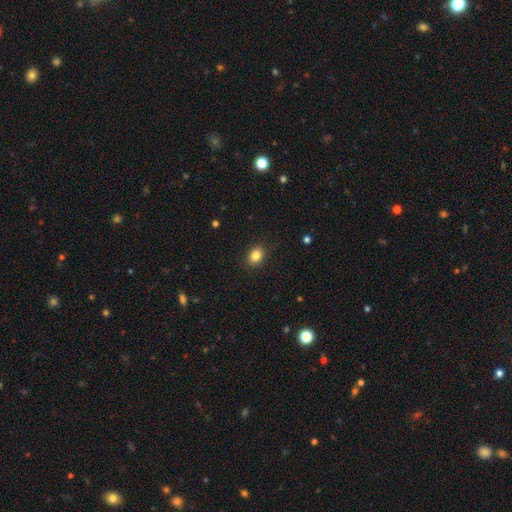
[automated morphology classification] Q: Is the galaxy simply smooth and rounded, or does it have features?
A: smooth — 84%.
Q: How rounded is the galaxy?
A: in between — 58%.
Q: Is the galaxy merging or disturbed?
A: none — 87%.